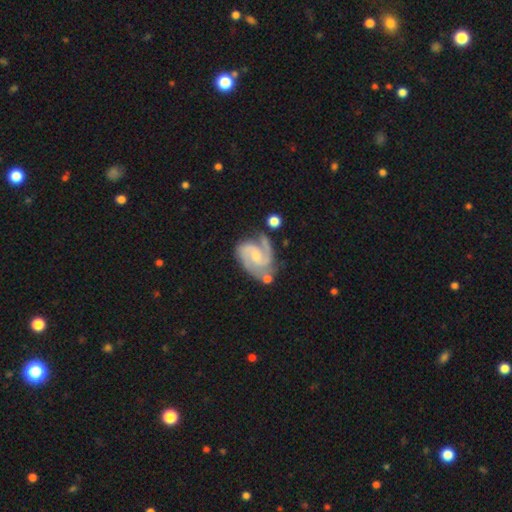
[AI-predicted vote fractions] This is clearly a featured or disk galaxy (91%). It is clearly not viewed edge-on (98%). Bar: possibly weak (47%). Spiral arm pattern: clearly yes (98%). Spiral arm count: likely 2 (73%). Spiral winding: possibly medium (54%). Central bulge: possibly small (55%). Merging: likely none (62%).